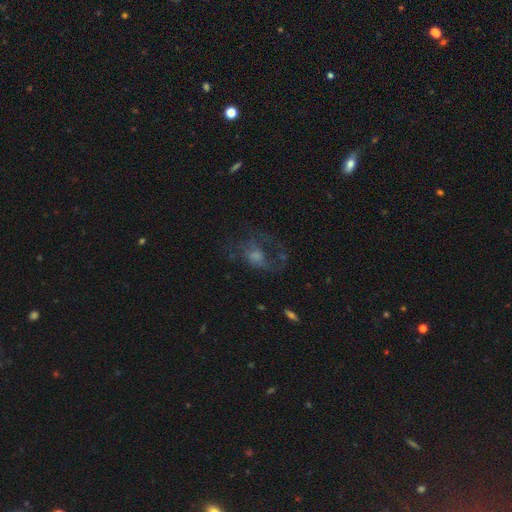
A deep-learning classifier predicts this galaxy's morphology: Smooth or featured? Predicted: featured or disk (p=0.49). Merging? Predicted: none (p=0.42).